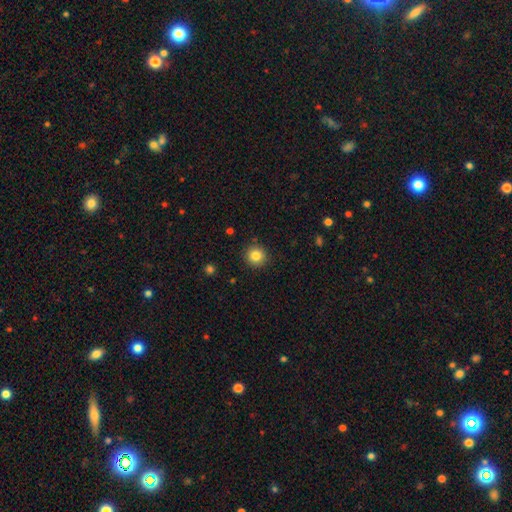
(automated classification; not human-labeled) This is clearly a smooth galaxy (84%). How rounded: clearly round (94%). Merging: clearly none (91%).